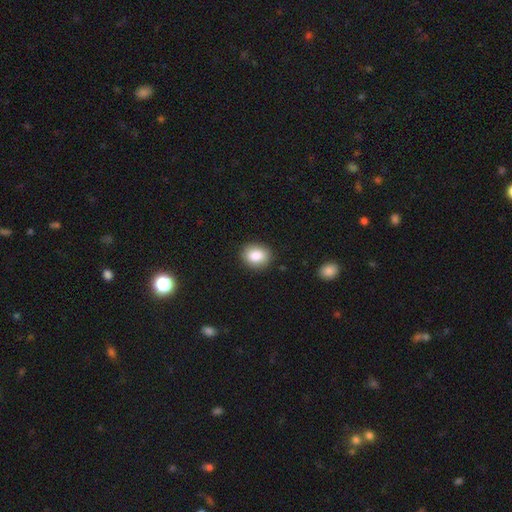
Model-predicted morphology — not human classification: type=smooth (86%); roundness=round (57%); merging=none (88%).